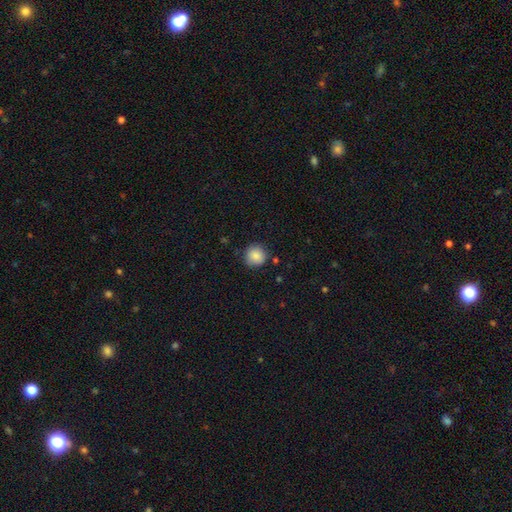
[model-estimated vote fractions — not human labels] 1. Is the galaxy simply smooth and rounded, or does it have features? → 87% smooth, 9% star or artifact, 5% featured or disk.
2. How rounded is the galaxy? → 93% round, 6% in between, 1% cigar-shaped.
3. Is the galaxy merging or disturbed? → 85% none, 11% minor disturbance, 2% major disturbance, 2% merger.